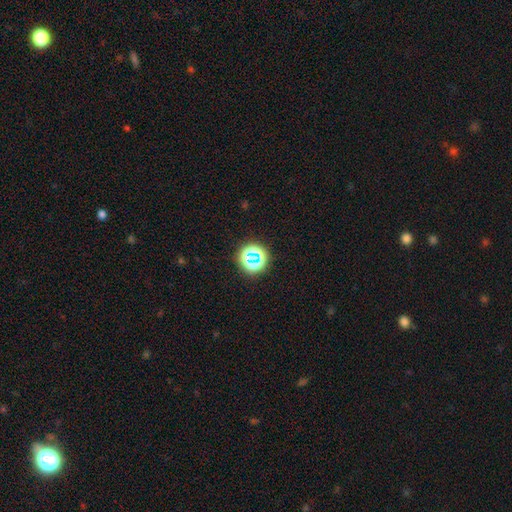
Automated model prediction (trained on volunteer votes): This is possibly a star or artifact rather than a galaxy (58%).